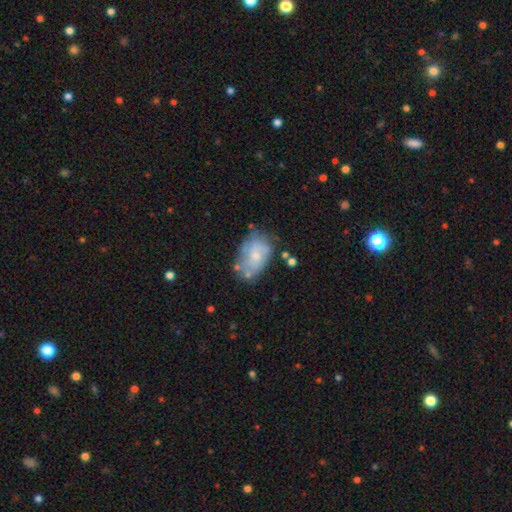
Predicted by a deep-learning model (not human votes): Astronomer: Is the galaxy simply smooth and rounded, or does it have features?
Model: featured or disk — 49% (runner-up: smooth, 43%).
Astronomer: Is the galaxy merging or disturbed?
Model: none — 50% (runner-up: minor disturbance, 29%).